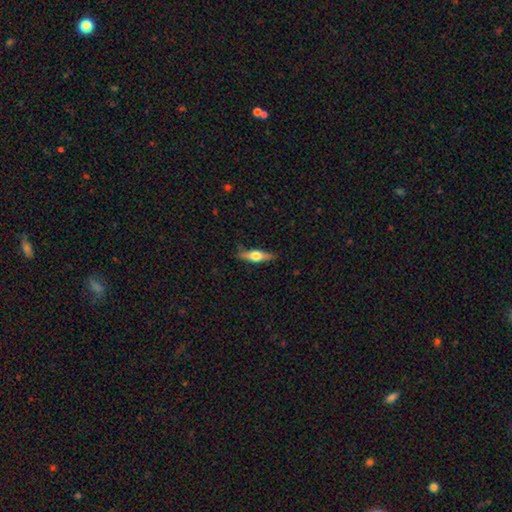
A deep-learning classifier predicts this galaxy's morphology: This is possibly a featured or disk galaxy (53%). It is clearly viewed edge-on (94%). Merging: clearly none (85%).